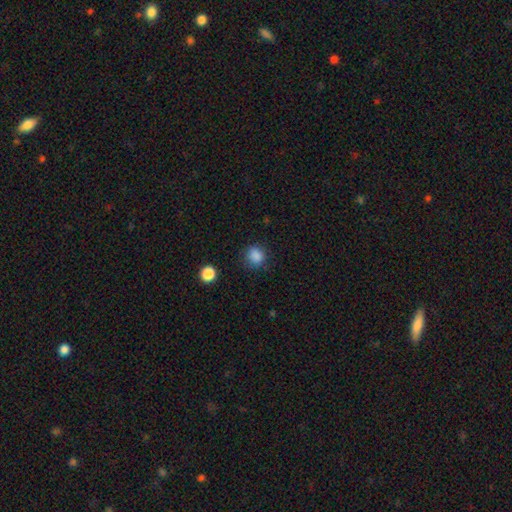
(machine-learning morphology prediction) Smooth or featured: smooth — 85% (star or artifact — 12%)
How rounded: round — 78% (in between — 21%)
Merging: none — 79% (minor disturbance — 15%)